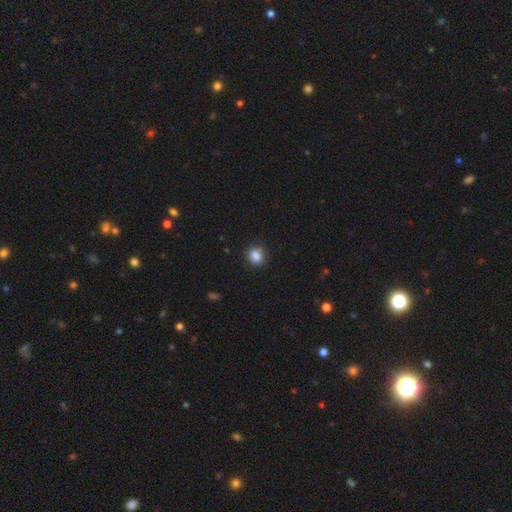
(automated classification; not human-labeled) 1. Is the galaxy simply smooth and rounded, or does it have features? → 85% smooth, 10% star or artifact, 5% featured or disk.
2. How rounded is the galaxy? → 75% round, 24% in between, 1% cigar-shaped.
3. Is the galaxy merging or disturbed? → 78% none, 16% minor disturbance, 3% major disturbance, 2% merger.